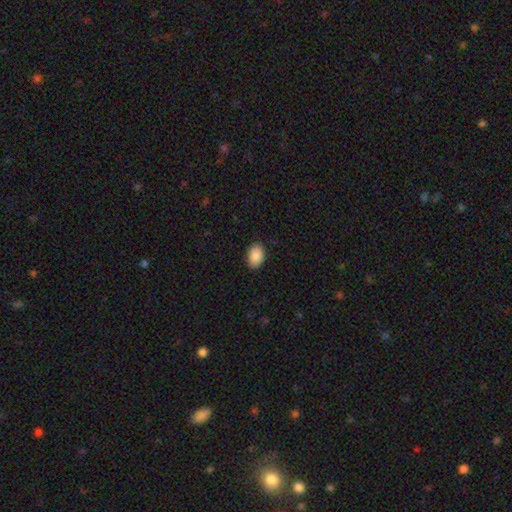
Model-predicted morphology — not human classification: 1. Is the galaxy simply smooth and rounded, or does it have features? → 90% smooth, 7% star or artifact, 3% featured or disk.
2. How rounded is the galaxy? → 85% in between, 14% round, 1% cigar-shaped.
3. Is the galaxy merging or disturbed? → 88% none, 9% minor disturbance, 2% major disturbance, 1% merger.